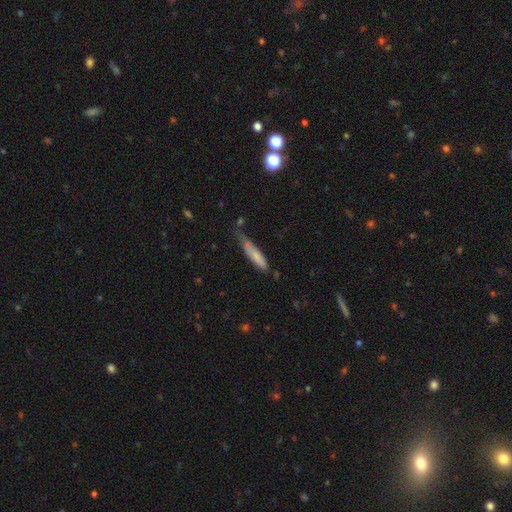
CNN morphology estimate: smooth-or-featured: smooth: 73% | featured or disk: 20% | star or artifact: 7%
  how-rounded: cigar-shaped: 84% | in between: 14% | round: 1%
  merging: none: 48% | minor disturbance: 36% | major disturbance: 11% | merger: 5%